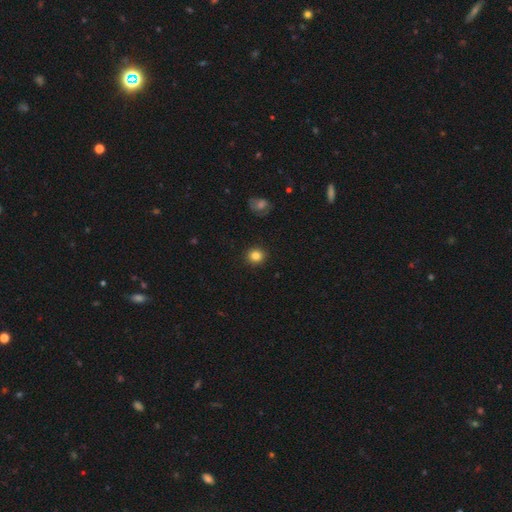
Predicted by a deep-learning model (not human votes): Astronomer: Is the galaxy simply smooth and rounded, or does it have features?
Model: smooth — 84%.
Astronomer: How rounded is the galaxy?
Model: round — 89%.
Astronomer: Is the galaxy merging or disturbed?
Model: none — 92%.